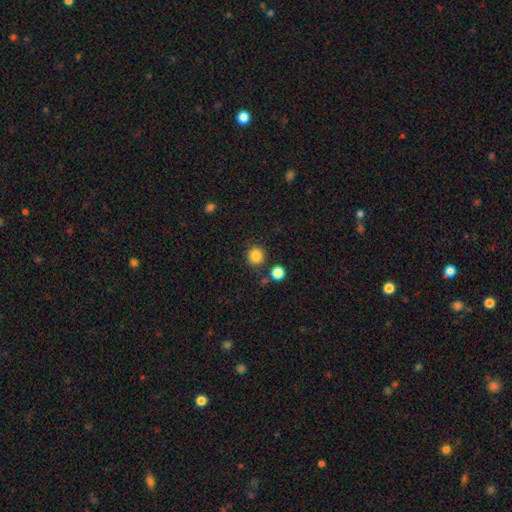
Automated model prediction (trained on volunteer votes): Q: Smooth or featured?
A: smooth (86%); runner-up: star or artifact (10%)
Q: How rounded?
A: round (91%); runner-up: in between (8%)
Q: Merging?
A: none (85%); runner-up: minor disturbance (8%)